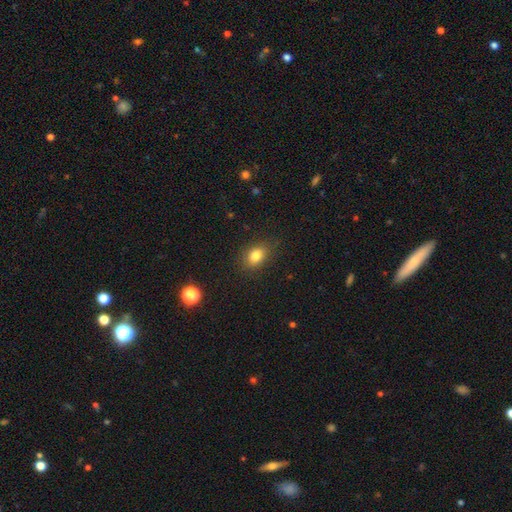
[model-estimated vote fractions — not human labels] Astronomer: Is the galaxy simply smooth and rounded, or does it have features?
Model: smooth — 82%.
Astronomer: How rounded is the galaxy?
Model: in between — 69%.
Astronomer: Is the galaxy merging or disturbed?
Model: none — 84%.